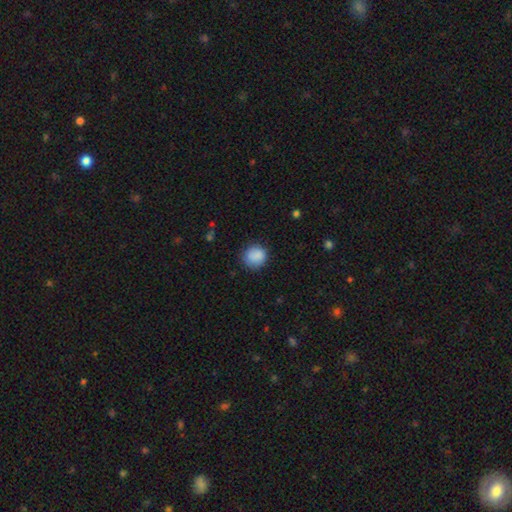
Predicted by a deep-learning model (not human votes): smooth 87%, star or artifact 8%, featured or disk 4%. Down the decision tree: how rounded — round (87%); merging — none (82%).